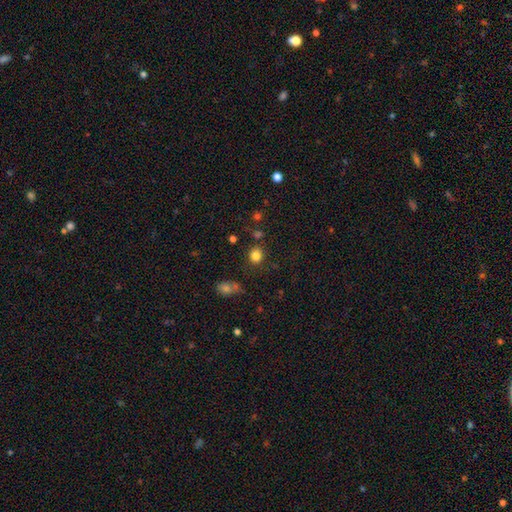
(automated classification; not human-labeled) Smooth or featured? smooth (81%)
How rounded? round (79%)
Merging? none (80%)